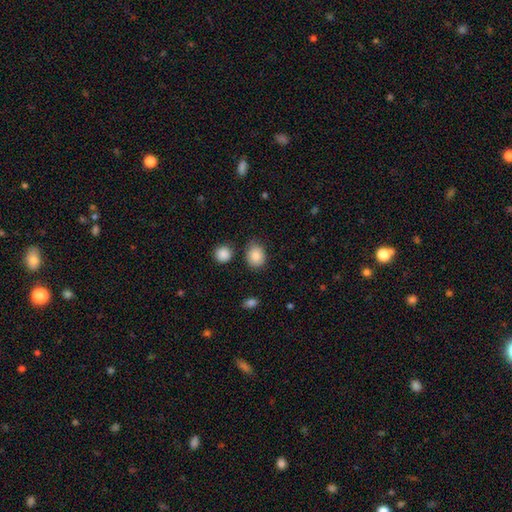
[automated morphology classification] Smooth or featured? smooth (87%)
How rounded? round (55%)
Merging? none (77%)